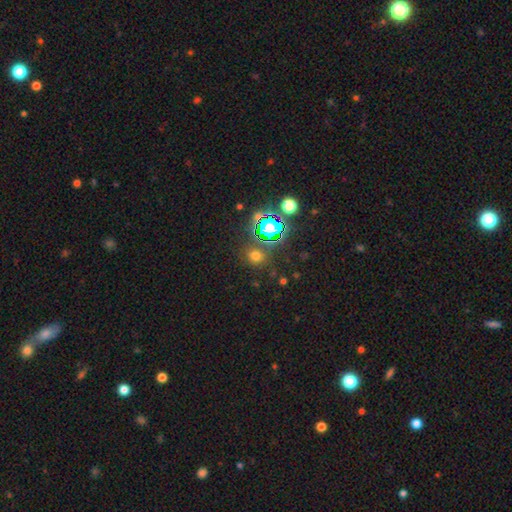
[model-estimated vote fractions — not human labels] Smooth or featured: smooth — 57% (star or artifact — 37%)
How rounded: round — 78% (in between — 21%)
Merging: none — 81% (minor disturbance — 10%)